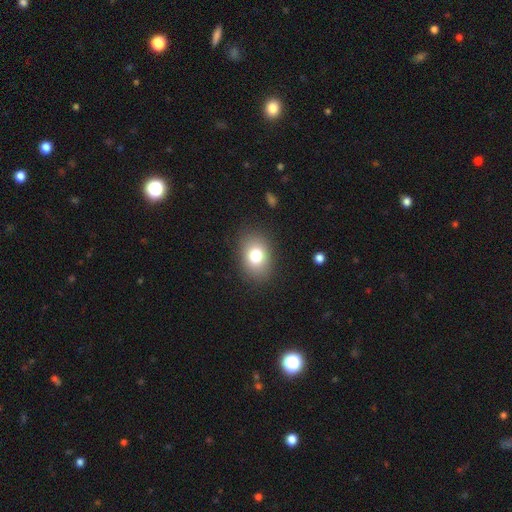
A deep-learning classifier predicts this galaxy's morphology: Smooth or featured? Predicted: smooth (p=0.76). How rounded? Predicted: in between (p=0.69). Merging? Predicted: none (p=0.86).